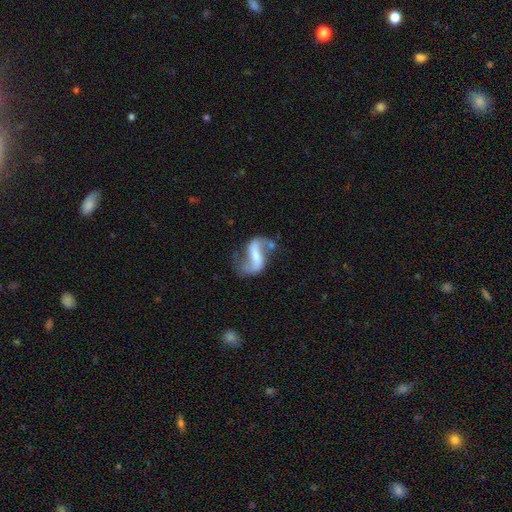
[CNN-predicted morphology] This appears to be a featured or disk galaxy (83%) with a strong bar (52%), 2 (90%) loose (74%) spiral arms (92%) and a small central bulge (40%). Merging: none (56%).